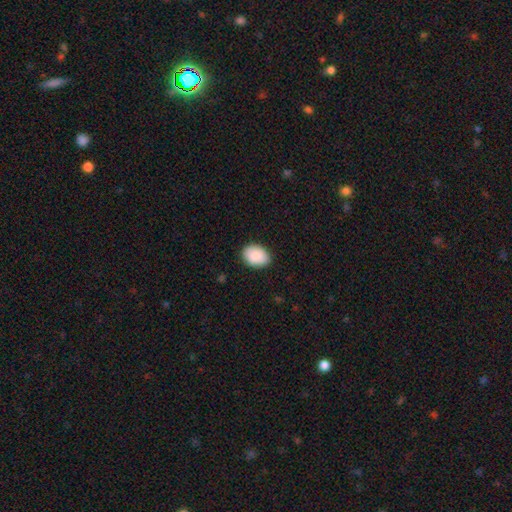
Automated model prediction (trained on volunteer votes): smooth_or_featured: smooth (p=0.91) [alt: star or artifact p=0.06]
how_rounded: in between (p=0.73) [alt: round p=0.26]
merging: none (p=0.86) [alt: minor disturbance p=0.11]